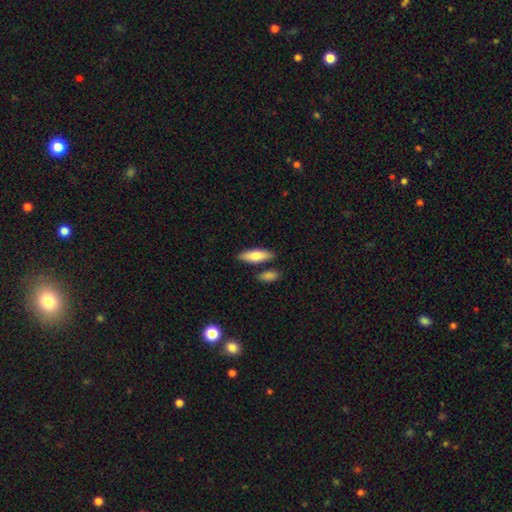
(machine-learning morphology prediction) Smooth or featured: smooth — 77% (featured or disk — 17%)
How rounded: in between — 61% (cigar-shaped — 37%)
Merging: none — 78% (minor disturbance — 11%)